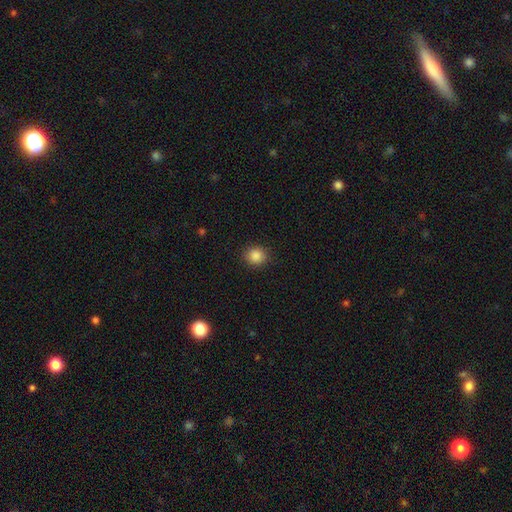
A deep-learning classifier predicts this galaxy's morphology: smooth_or_featured: smooth (p=0.87) [alt: star or artifact p=0.10]
how_rounded: round (p=0.84) [alt: in between p=0.15]
merging: none (p=0.90) [alt: minor disturbance p=0.07]